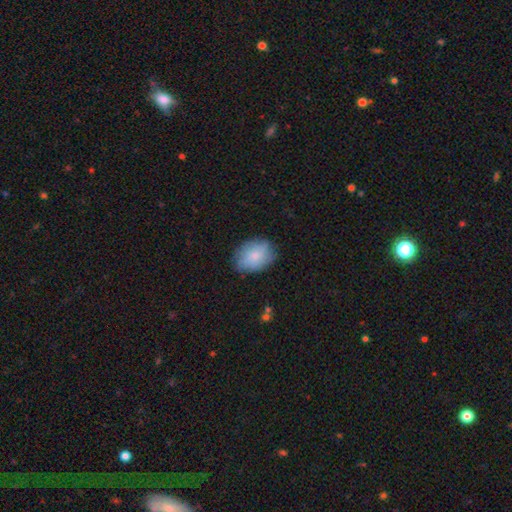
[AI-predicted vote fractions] smooth-or-featured: smooth: 73% | featured or disk: 20% | star or artifact: 7%
  how-rounded: in between: 79% | round: 20% | cigar-shaped: 1%
  merging: none: 74% | minor disturbance: 20% | major disturbance: 5% | merger: 1%